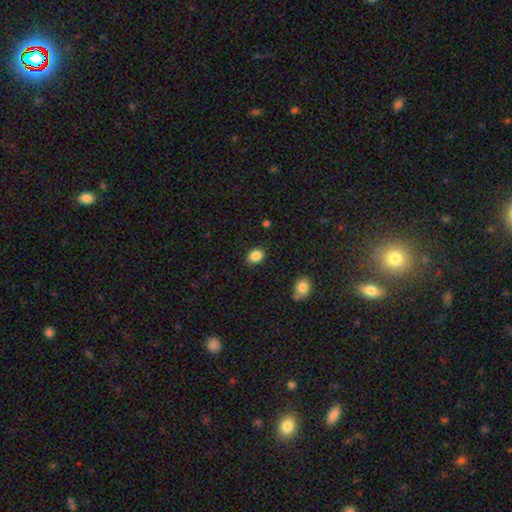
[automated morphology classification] A smooth galaxy with no disk features (86%) that is in between round and cigar-shaped (58%).

Vote fractions:
- Smooth or featured? smooth: 86% / star or artifact: 10% / featured or disk: 4%
- How rounded? in between: 58% / round: 41% / cigar-shaped: 1%
- Merging? none: 85% / minor disturbance: 11% / major disturbance: 3% / merger: 2%